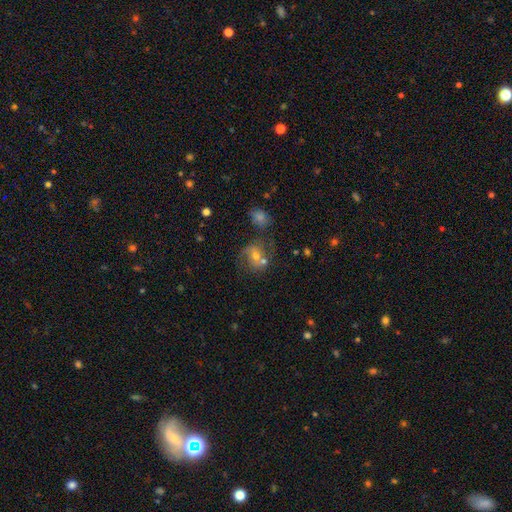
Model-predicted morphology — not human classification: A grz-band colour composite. It shows a featured or disk galaxy (50%). Merging: none (48%).